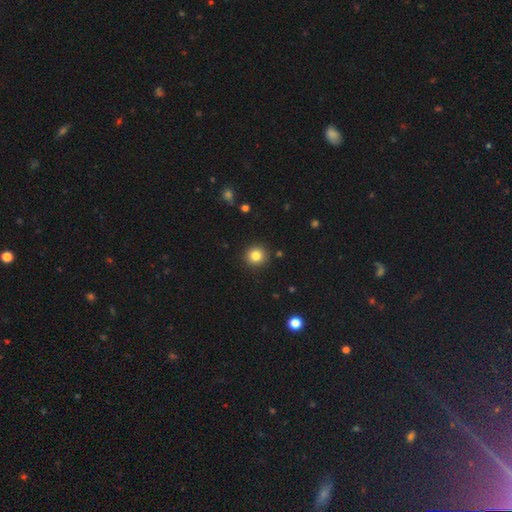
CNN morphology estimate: Smooth or featured?
  - smooth: 83% *
  - star or artifact: 11%
  - featured or disk: 6%
How rounded?
  - round: 93% *
  - in between: 6%
  - cigar-shaped: 1%
Merging?
  - none: 91% *
  - minor disturbance: 6%
  - major disturbance: 2%
  - merger: 1%